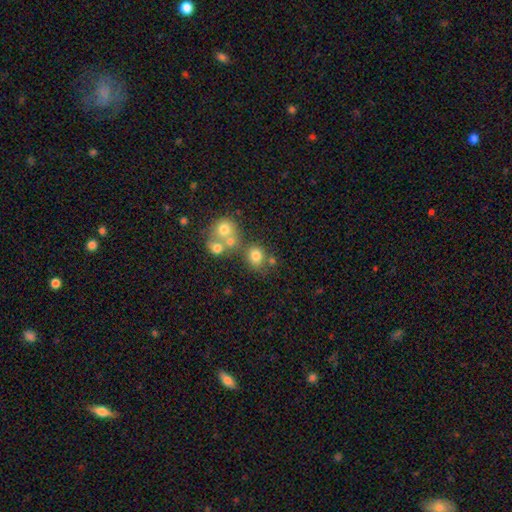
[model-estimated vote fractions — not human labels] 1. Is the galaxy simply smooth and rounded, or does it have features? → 74% smooth, 14% star or artifact, 12% featured or disk.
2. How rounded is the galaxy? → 72% round, 27% in between, 1% cigar-shaped.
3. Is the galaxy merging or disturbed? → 56% none, 27% merger, 11% minor disturbance, 6% major disturbance.